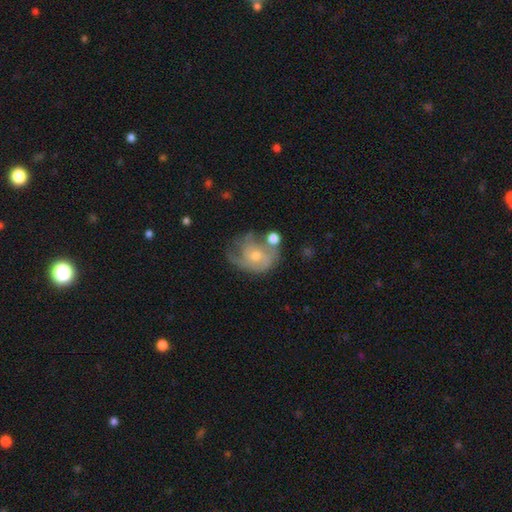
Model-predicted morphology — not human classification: type=featured or disk (67%); edge-on=no (97%); bar=no (75%); spiral arms=yes (79%); winding=tight (42%); arm count=can't tell (38%); bulge=small (51%); merging=none (42%).